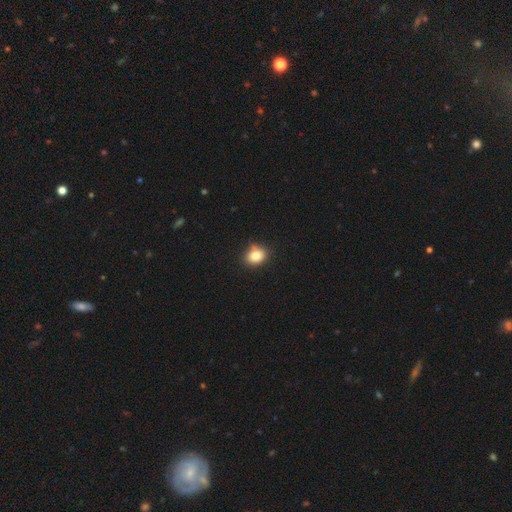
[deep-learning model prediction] Smooth or featured? smooth (82%)
How rounded? round (53%)
Merging? none (78%)